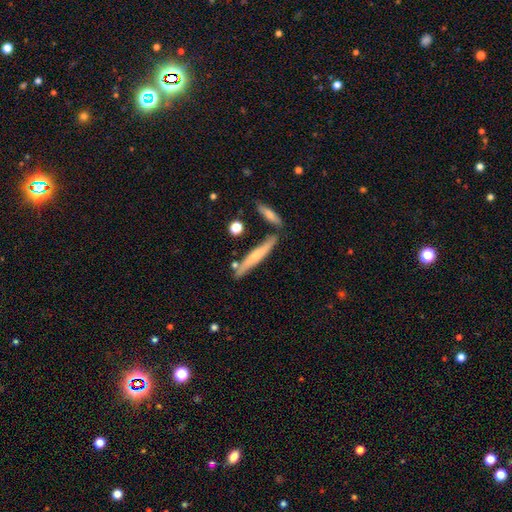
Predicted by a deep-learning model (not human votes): smooth_or_featured: smooth (p=0.49) [alt: featured or disk p=0.45]
merging: none (p=0.76) [alt: minor disturbance p=0.13]